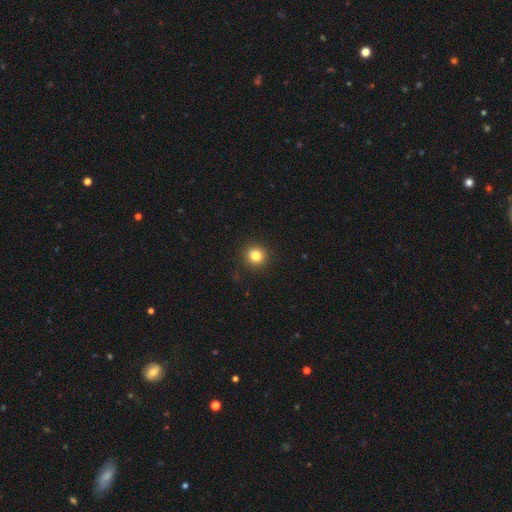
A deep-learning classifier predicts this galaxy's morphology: smooth 82%, star or artifact 12%, featured or disk 6%. Down the decision tree: how rounded — round (92%); merging — none (92%).